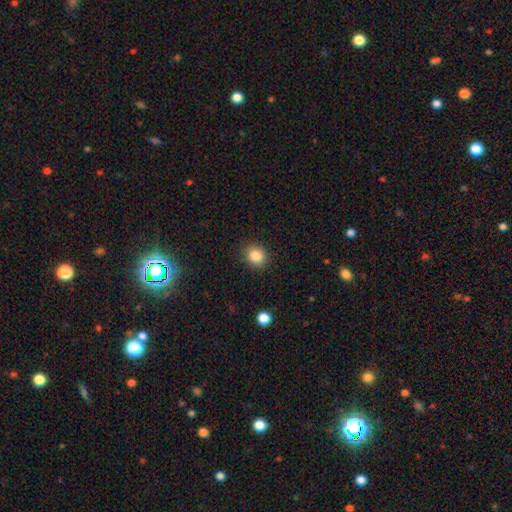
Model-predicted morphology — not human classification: Smooth or featured? smooth (85%)
How rounded? round (69%)
Merging? none (89%)